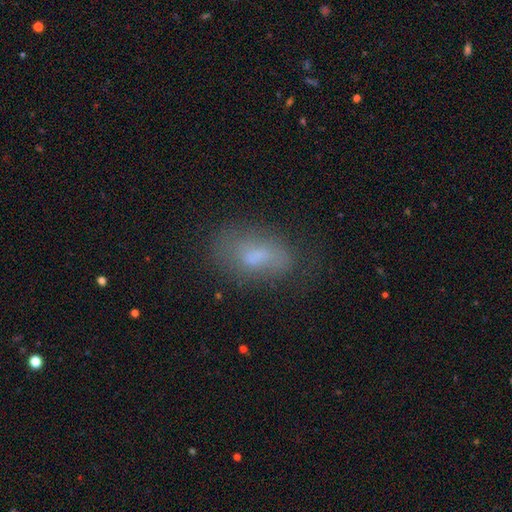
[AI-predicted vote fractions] Smooth or featured?
  - smooth: 64% *
  - featured or disk: 25%
  - star or artifact: 11%
How rounded?
  - in between: 88% *
  - round: 6%
  - cigar-shaped: 6%
Merging?
  - none: 61% *
  - minor disturbance: 24%
  - major disturbance: 12%
  - merger: 4%